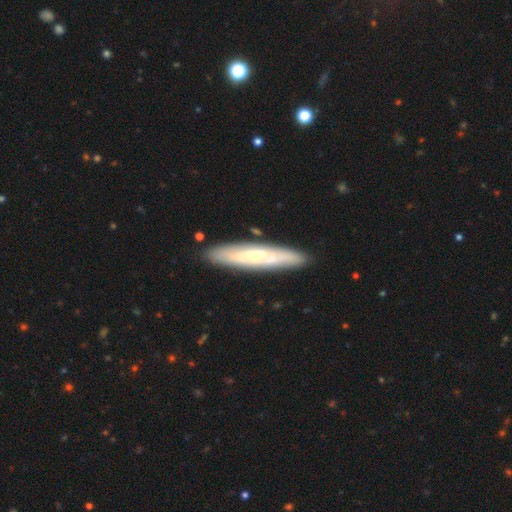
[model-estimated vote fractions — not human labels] smooth_or_featured: featured or disk (p=0.49) [alt: smooth p=0.46]
merging: none (p=0.86) [alt: minor disturbance p=0.10]